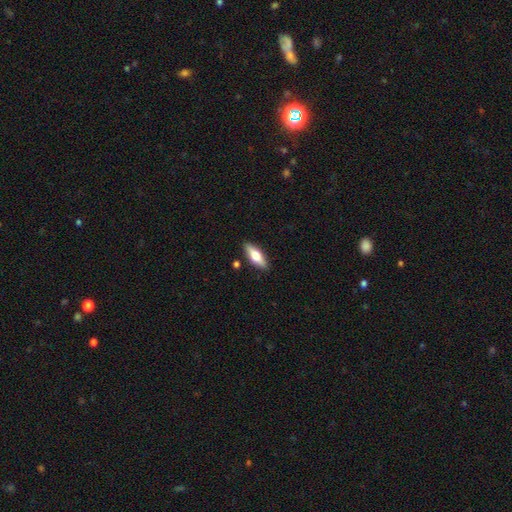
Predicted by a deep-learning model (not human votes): Overall: smooth (62%; featured or disk 32%). How rounded: in between (62%; cigar-shaped 35%). Merging: none (87%).